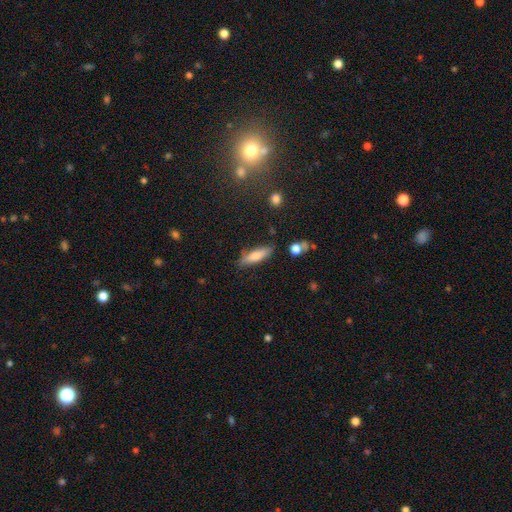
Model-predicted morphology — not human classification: Smooth or featured: smooth — 75% (featured or disk — 18%)
How rounded: cigar-shaped — 54% (in between — 44%)
Merging: none — 76% (minor disturbance — 17%)